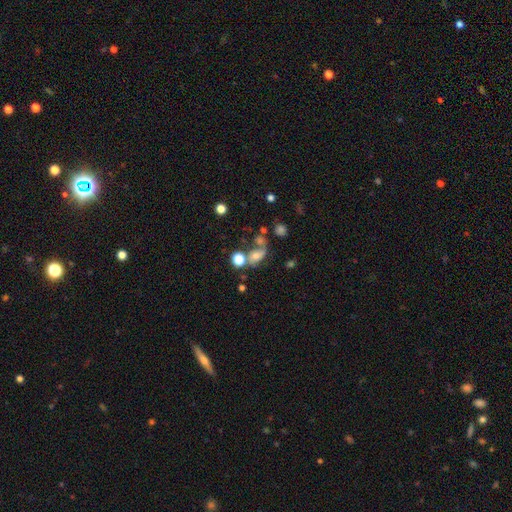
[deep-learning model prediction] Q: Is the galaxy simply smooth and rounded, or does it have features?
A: smooth — 43%.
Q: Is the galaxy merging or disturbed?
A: none — 37%.